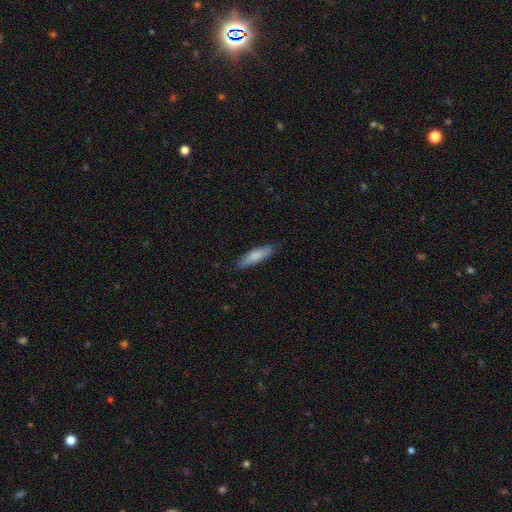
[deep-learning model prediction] smooth_or_featured: smooth (p=0.77) [alt: featured or disk p=0.18]
how_rounded: cigar-shaped (p=0.71) [alt: in between p=0.28]
merging: none (p=0.84) [alt: minor disturbance p=0.13]